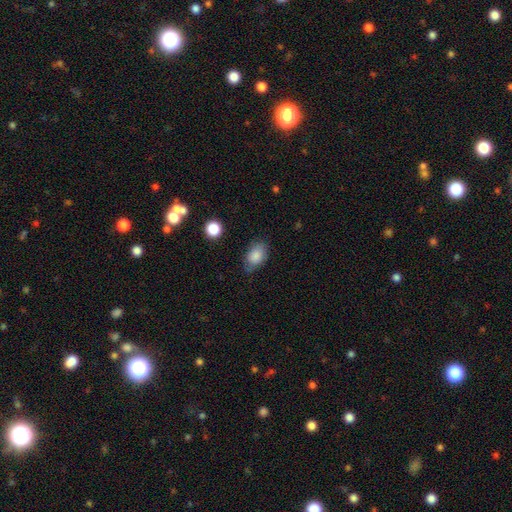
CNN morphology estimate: Overall: smooth (85%). How rounded: in between (86%). Merging: none (71%).